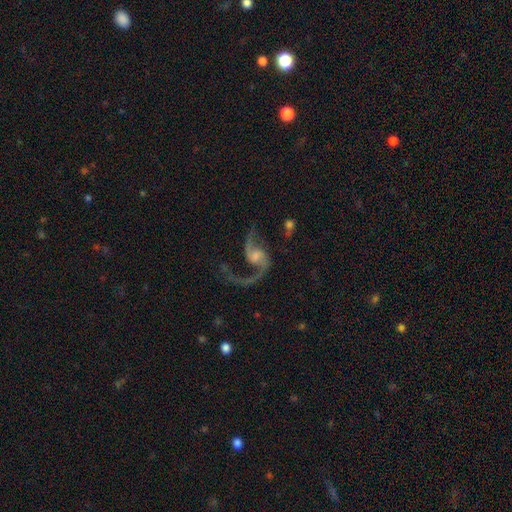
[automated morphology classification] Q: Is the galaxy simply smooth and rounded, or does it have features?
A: featured or disk — 90%.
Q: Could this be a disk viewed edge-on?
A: no — 98%.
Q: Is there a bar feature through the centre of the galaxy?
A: no — 46%.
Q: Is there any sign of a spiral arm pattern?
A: yes — 97%.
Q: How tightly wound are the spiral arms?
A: loose — 75%.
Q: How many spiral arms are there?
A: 2 — 91%.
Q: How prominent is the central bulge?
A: small — 38%.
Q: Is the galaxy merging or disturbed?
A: none — 61%.